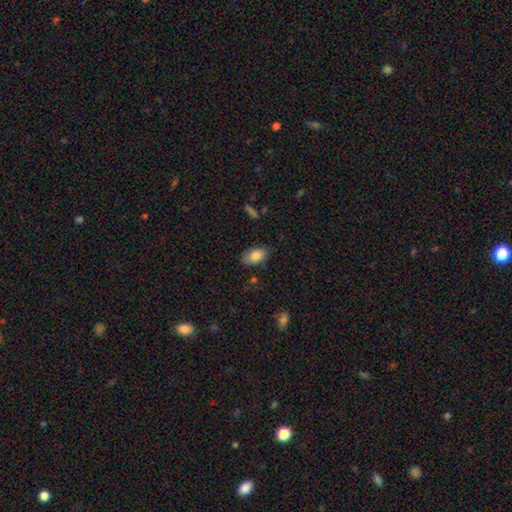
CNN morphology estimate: smooth 84%, featured or disk 9%, star or artifact 7%. Down the decision tree: how rounded — in between (93%); merging — none (81%).